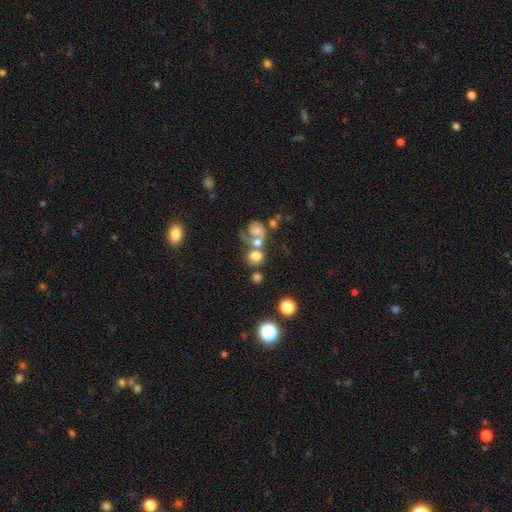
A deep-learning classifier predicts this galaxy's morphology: smooth 67%, featured or disk 20%, star or artifact 13%. Down the decision tree: how rounded — round (76%); merging — merger (49%).